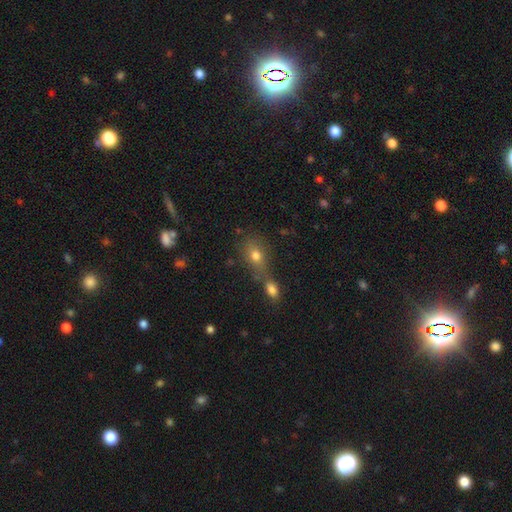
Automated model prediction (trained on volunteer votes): Smooth or featured? smooth (74%)
How rounded? in between (69%)
Merging? none (43%)